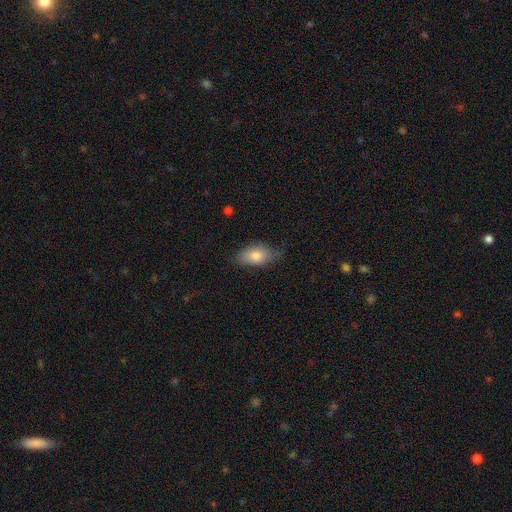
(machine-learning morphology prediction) type=smooth (78%); roundness=in between (89%); merging=none (65%).